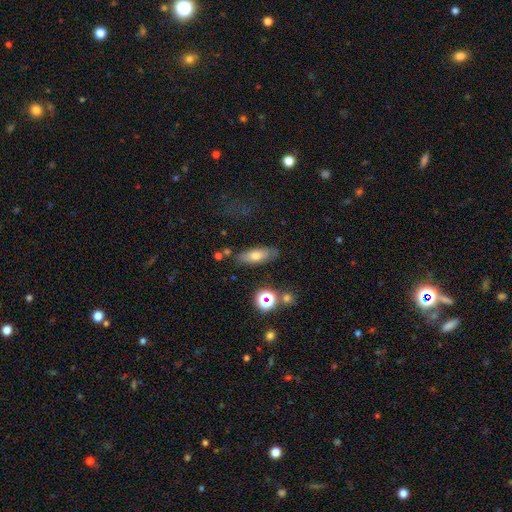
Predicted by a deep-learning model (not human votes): This is likely a smooth galaxy (61%). How rounded: likely in between (65%). Merging: likely none (77%).